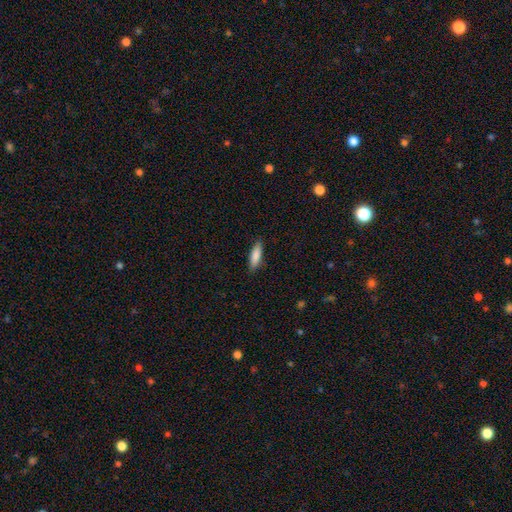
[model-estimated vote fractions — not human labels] smooth 85%, featured or disk 9%, star or artifact 6%. Down the decision tree: how rounded — cigar-shaped (58%); merging — none (87%).